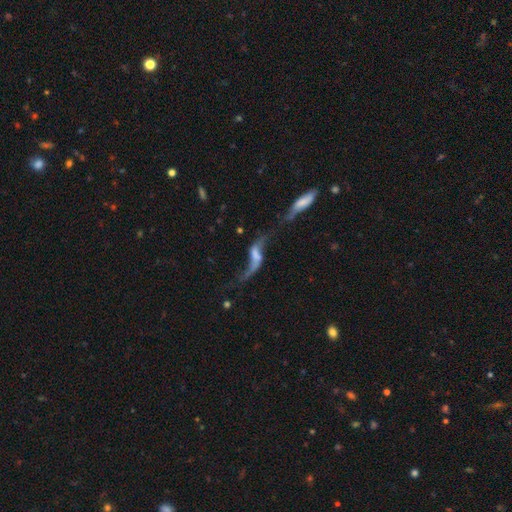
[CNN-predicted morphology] Smooth or featured? featured or disk (74%)
Edge-on disk? no (88%)
Bar? no (44%)
Spiral arms? yes (80%)
Spiral winding? loose (94%)
Spiral arm count? 2 (87%)
Bulge size? none (51%)
Merging? none (31%)